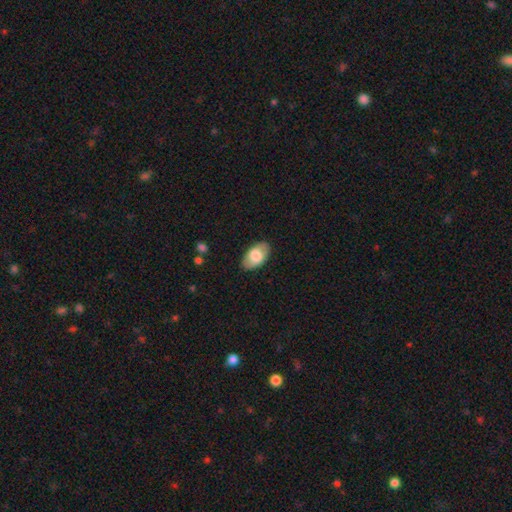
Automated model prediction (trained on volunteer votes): A smooth galaxy with no disk features (73%) that is in between round and cigar-shaped (95%). Merging: none (85%).